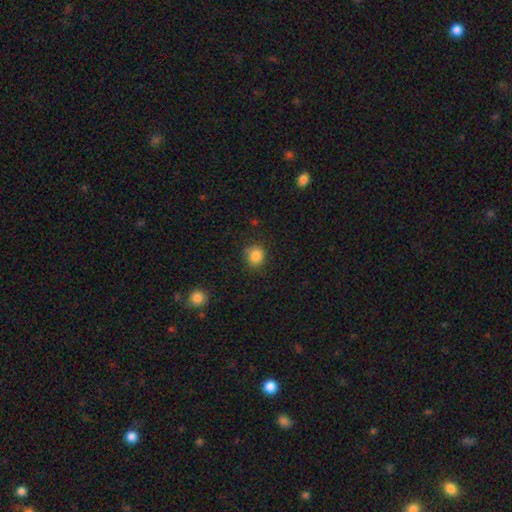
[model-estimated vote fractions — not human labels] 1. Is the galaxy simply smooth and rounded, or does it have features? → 85% smooth, 11% star or artifact, 5% featured or disk.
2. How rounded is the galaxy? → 80% round, 19% in between, 1% cigar-shaped.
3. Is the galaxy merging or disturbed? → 81% none, 14% minor disturbance, 3% major disturbance, 2% merger.